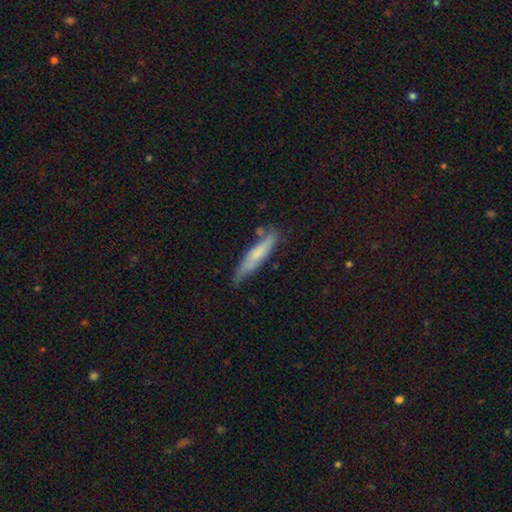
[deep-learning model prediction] The model was most divided on "smooth or featured": smooth: 59%, featured or disk: 35%, star or artifact: 6%. More confident: how rounded — cigar-shaped (88%); merging — none (65%).